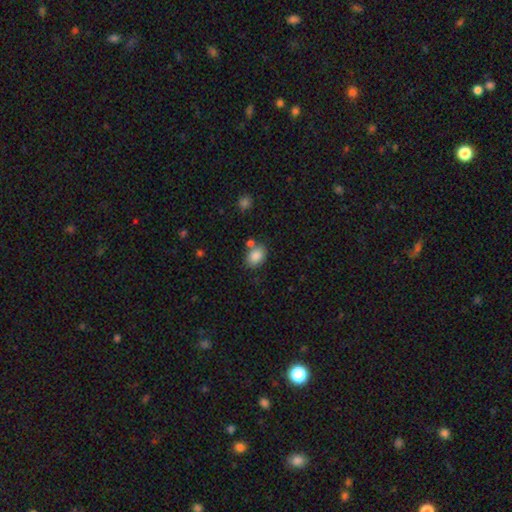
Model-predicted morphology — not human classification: smooth_or_featured: smooth (p=0.87) [alt: star or artifact p=0.08]
how_rounded: in between (p=0.69) [alt: round p=0.30]
merging: none (p=0.67) [alt: minor disturbance p=0.15]